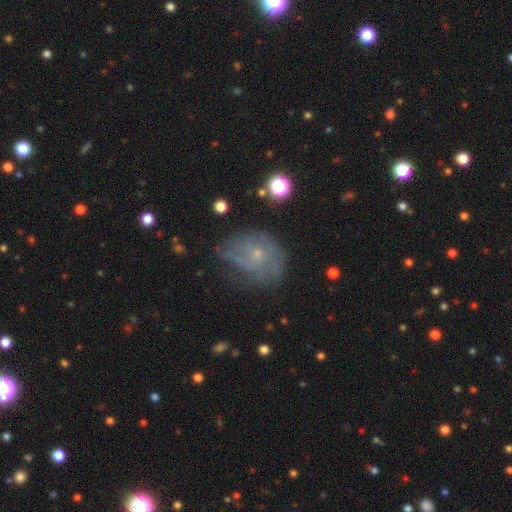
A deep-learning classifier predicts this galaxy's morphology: featured or disk 49%, smooth 37%, star or artifact 14%. Down the decision tree: merging — none (46%).